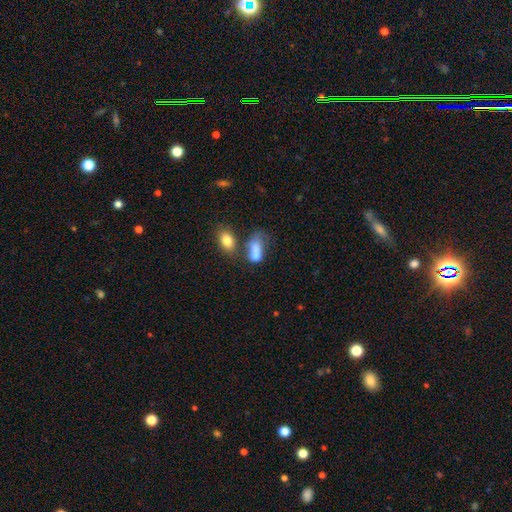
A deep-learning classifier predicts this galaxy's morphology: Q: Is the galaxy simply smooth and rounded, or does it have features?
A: smooth — 75%.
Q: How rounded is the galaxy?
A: in between — 80%.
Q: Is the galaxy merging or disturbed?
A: merger — 38%.